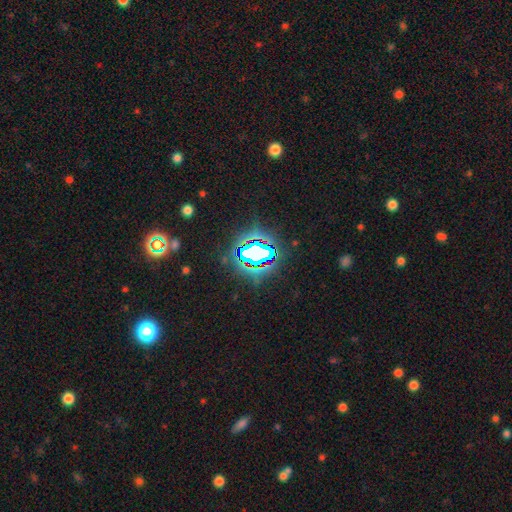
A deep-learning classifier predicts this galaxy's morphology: Smooth or featured? Predicted: star or artifact (p=0.74).